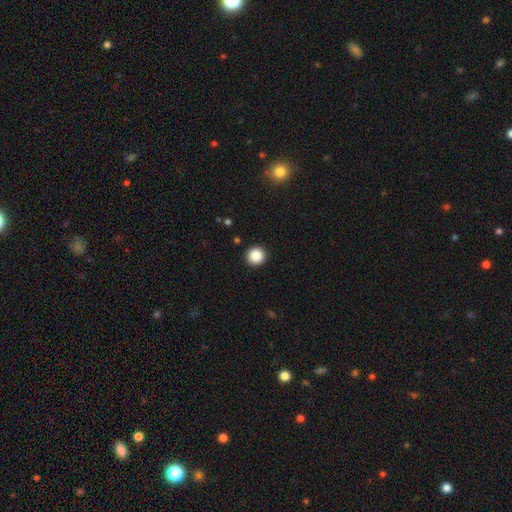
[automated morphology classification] Smooth or featured? Predicted: smooth (p=0.86). How rounded? Predicted: round (p=0.95). Merging? Predicted: none (p=0.93).